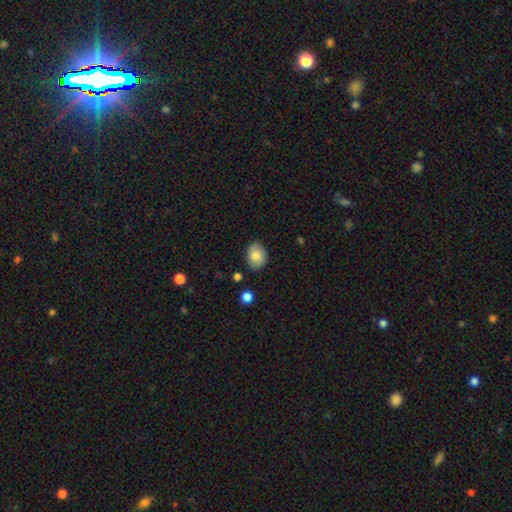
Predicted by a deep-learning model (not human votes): This is clearly a smooth galaxy (82%). How rounded: likely in between (68%). Merging: clearly none (83%).